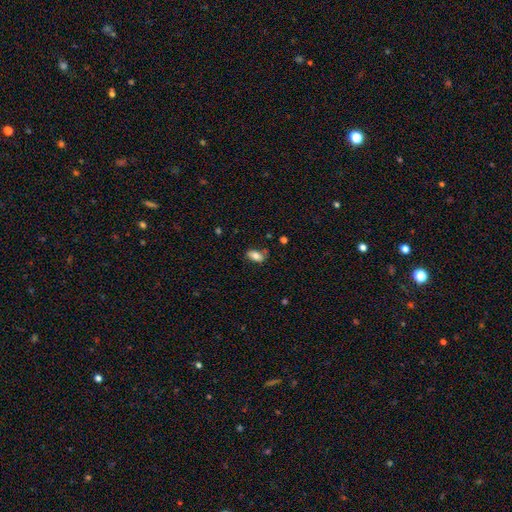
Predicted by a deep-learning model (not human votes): Smooth or featured?
  - smooth: 76% *
  - featured or disk: 16%
  - star or artifact: 8%
How rounded?
  - in between: 91% *
  - round: 5%
  - cigar-shaped: 4%
Merging?
  - none: 65% *
  - minor disturbance: 25%
  - major disturbance: 7%
  - merger: 3%